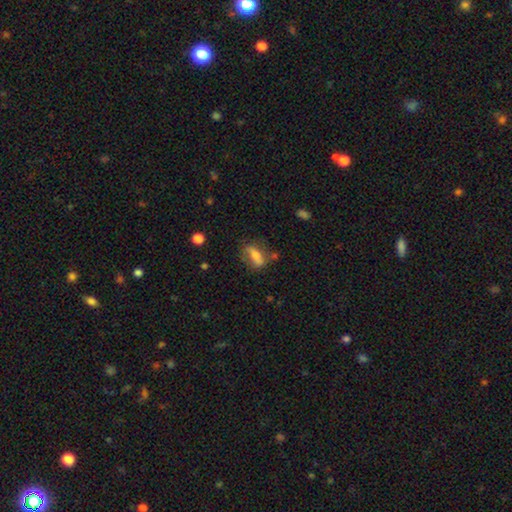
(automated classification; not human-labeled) smooth_or_featured: smooth (p=0.56) [alt: featured or disk p=0.35]
how_rounded: in between (p=0.70) [alt: cigar-shaped p=0.23]
merging: none (p=0.62) [alt: minor disturbance p=0.23]